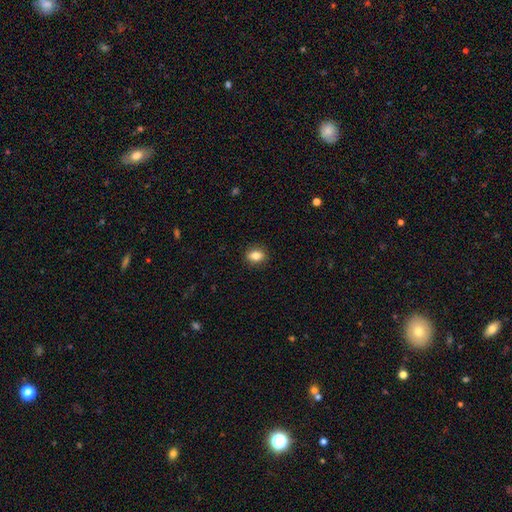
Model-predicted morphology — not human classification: This is clearly a smooth galaxy (81%). How rounded: likely in between (62%). Merging: clearly none (89%).